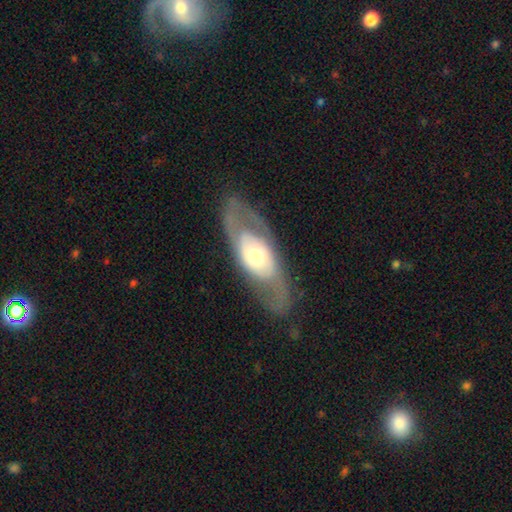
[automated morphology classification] This is likely a featured or disk galaxy (71%). It is clearly not viewed edge-on (84%). Bar: likely no (74%). Spiral arm pattern: possibly yes (53%). Central bulge: possibly moderate (59%). Merging: likely none (75%).